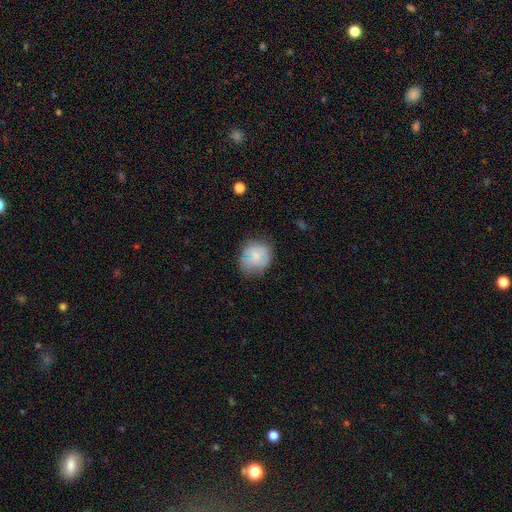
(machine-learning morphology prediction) type=smooth (70%); roundness=round (69%); merging=none (61%).